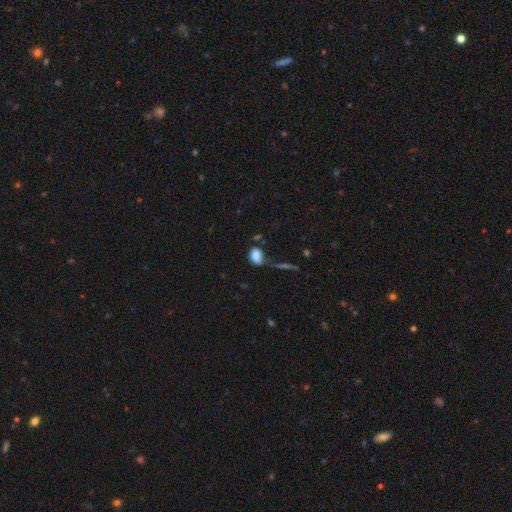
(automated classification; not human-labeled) Smooth or featured?
  - smooth: 81% *
  - star or artifact: 10%
  - featured or disk: 9%
How rounded?
  - in between: 82% *
  - round: 16%
  - cigar-shaped: 2%
Merging?
  - none: 47% *
  - minor disturbance: 27%
  - major disturbance: 15%
  - merger: 11%